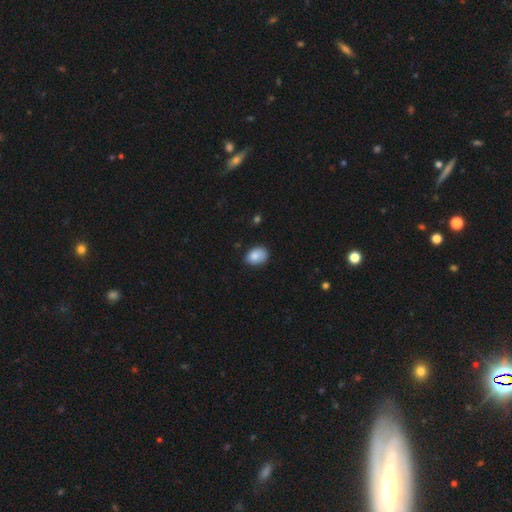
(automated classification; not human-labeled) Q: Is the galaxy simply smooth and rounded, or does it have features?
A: smooth — 85%.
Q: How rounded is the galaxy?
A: in between — 74%.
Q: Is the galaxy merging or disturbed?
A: none — 72%.